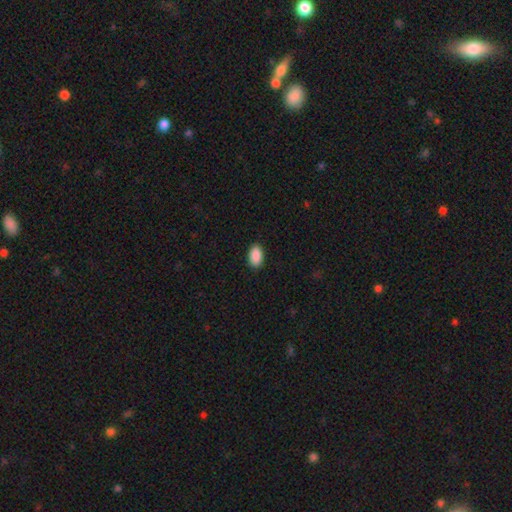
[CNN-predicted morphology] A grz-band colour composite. It shows a smooth galaxy with no disk features (91%) that is in between round and cigar-shaped (94%). Merging: none (90%).